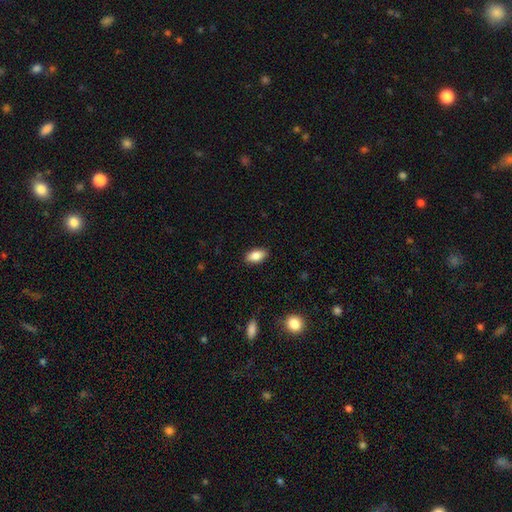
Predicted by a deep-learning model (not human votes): Smooth or featured: smooth — 87% (star or artifact — 7%)
How rounded: in between — 91% (cigar-shaped — 5%)
Merging: none — 88% (minor disturbance — 9%)